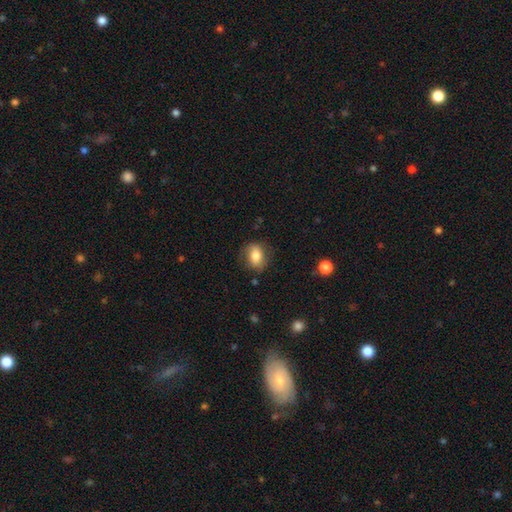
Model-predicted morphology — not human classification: This is likely a smooth galaxy (76%). How rounded: likely in between (66%). Merging: likely none (75%).